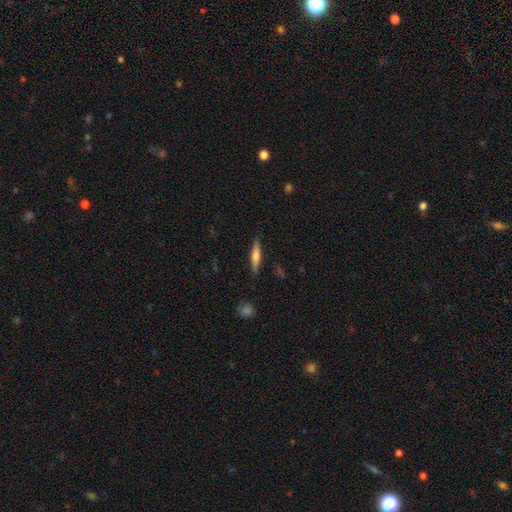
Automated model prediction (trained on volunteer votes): Overall: smooth (50%; featured or disk 44%). How rounded: cigar-shaped (86%). Merging: none (88%).